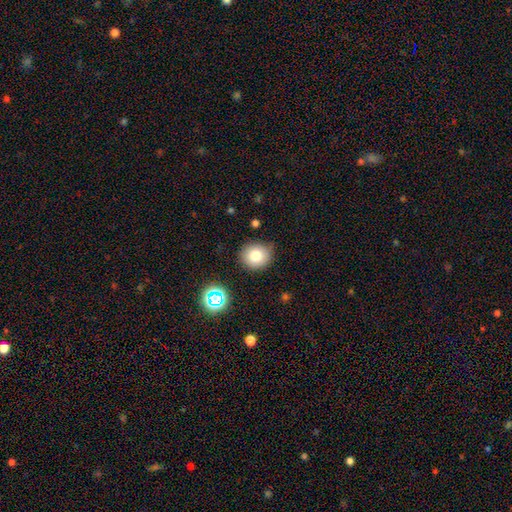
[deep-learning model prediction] Q: Smooth or featured?
A: smooth (78%); runner-up: star or artifact (13%)
Q: How rounded?
A: round (82%); runner-up: in between (17%)
Q: Merging?
A: none (82%); runner-up: minor disturbance (12%)